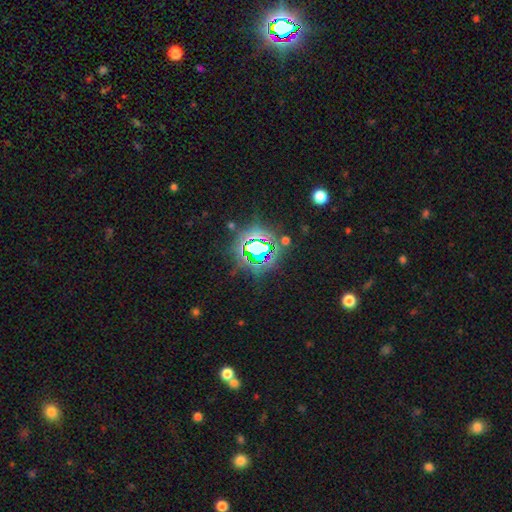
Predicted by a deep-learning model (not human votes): This appears to be a star or artifact, not a galaxy (78%).